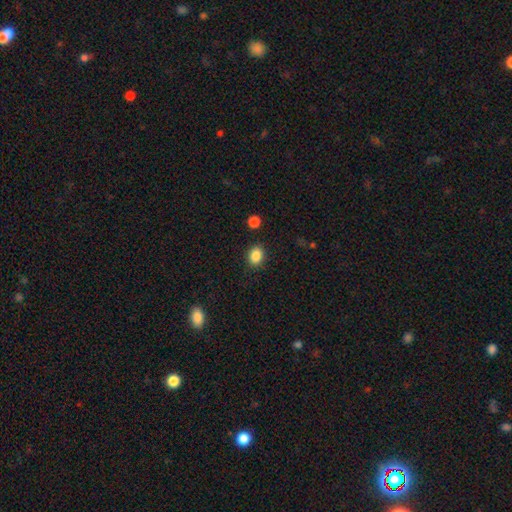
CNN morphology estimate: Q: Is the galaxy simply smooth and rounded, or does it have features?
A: smooth — 87%.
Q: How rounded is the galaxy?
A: in between — 59%.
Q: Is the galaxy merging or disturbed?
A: none — 87%.